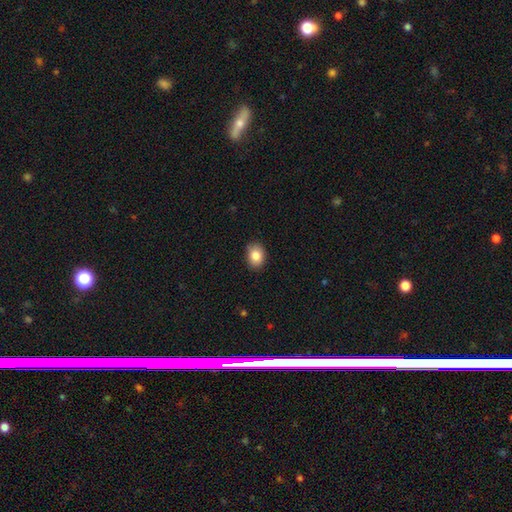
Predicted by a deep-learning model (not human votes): Smooth or featured?
  - smooth: 84% *
  - star or artifact: 9%
  - featured or disk: 7%
How rounded?
  - in between: 65% *
  - round: 34%
  - cigar-shaped: 1%
Merging?
  - none: 87% *
  - minor disturbance: 10%
  - major disturbance: 2%
  - merger: 1%